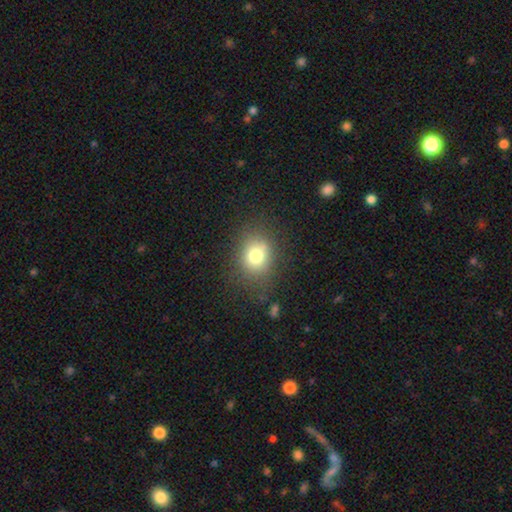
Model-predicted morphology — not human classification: This is likely a smooth galaxy (75%). How rounded: likely round (61%). Merging: likely none (74%).